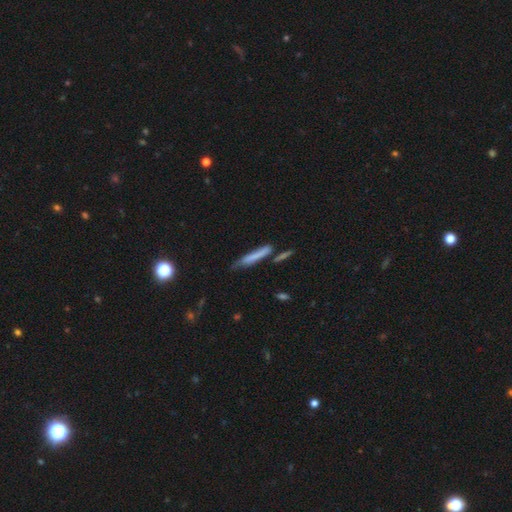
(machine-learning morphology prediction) smooth_or_featured: smooth (p=0.64) [alt: featured or disk p=0.28]
how_rounded: cigar-shaped (p=0.90) [alt: in between p=0.08]
merging: none (p=0.51) [alt: minor disturbance p=0.25]